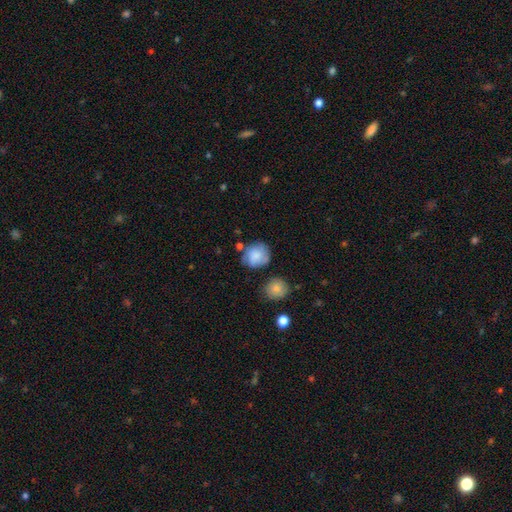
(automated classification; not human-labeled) Smooth or featured? Predicted: smooth (p=0.71). How rounded? Predicted: round (p=0.74). Merging? Predicted: none (p=0.60).